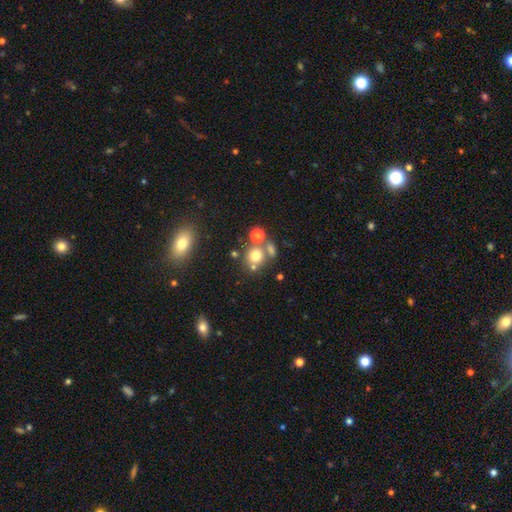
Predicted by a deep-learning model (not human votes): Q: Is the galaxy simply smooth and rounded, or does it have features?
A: smooth — 69%.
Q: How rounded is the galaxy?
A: round — 80%.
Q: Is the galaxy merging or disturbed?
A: none — 56%.